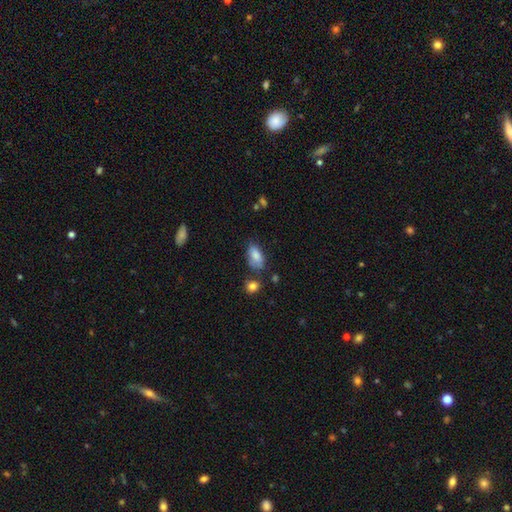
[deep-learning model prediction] smooth 81%, featured or disk 11%, star or artifact 8%. Down the decision tree: how rounded — in between (91%); merging — none (54%).